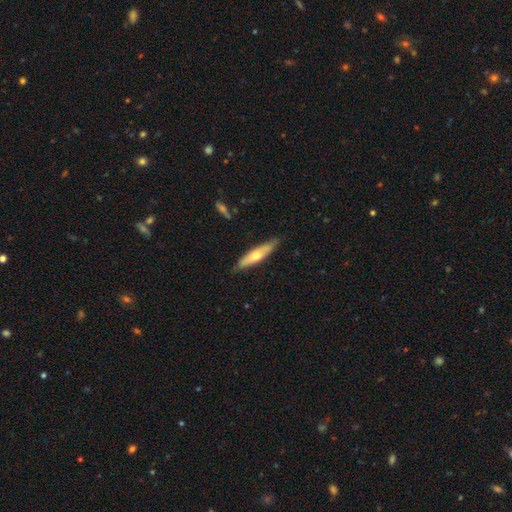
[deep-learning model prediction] This is possibly a smooth galaxy (49%). Merging: clearly none (83%).